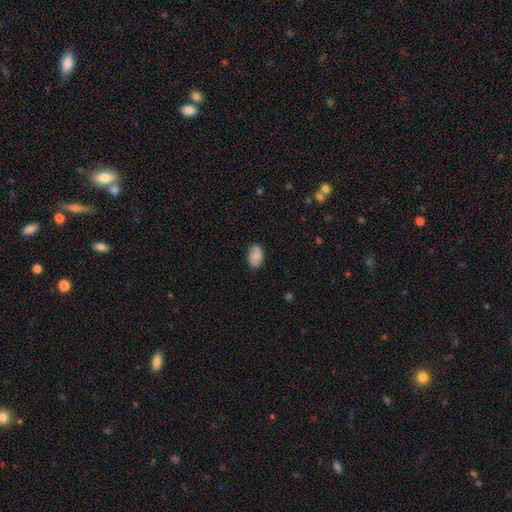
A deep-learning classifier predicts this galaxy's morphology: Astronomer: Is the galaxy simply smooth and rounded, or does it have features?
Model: smooth — 84%.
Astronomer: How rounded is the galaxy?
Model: in between — 90%.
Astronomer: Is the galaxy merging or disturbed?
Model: none — 84%.